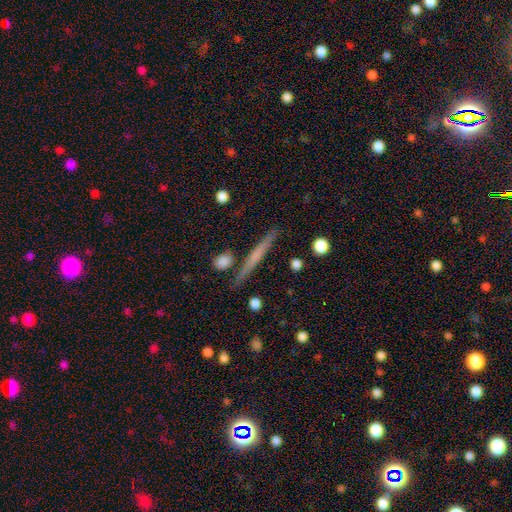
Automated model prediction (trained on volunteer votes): This is possibly a featured or disk galaxy (51%). It is clearly viewed edge-on (97%). Merging: clearly none (86%).